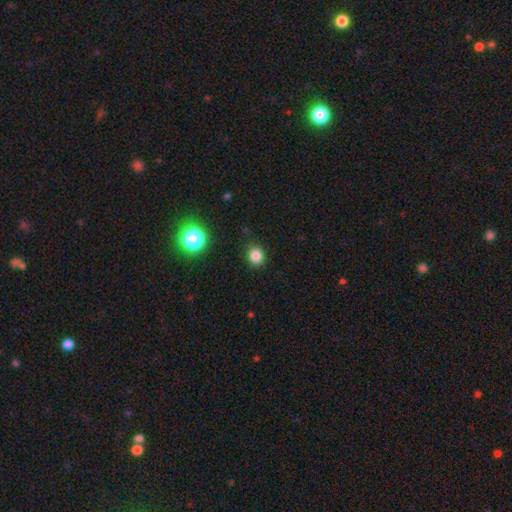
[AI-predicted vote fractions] Morphology: type=smooth (82%); roundness=round (83%); merging=none (87%).